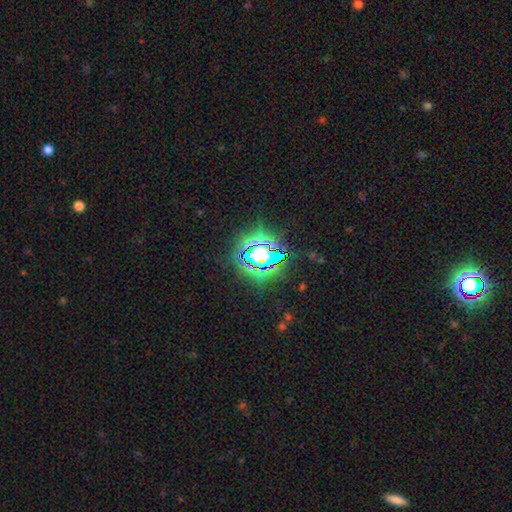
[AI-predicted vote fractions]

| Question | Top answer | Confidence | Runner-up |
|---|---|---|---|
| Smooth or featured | star or artifact | 71% | smooth (17%) |